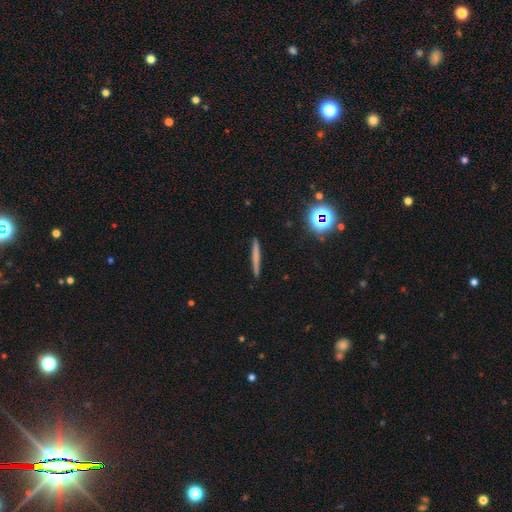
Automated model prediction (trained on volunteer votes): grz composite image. It shows a star or artifact, not a galaxy (36%).